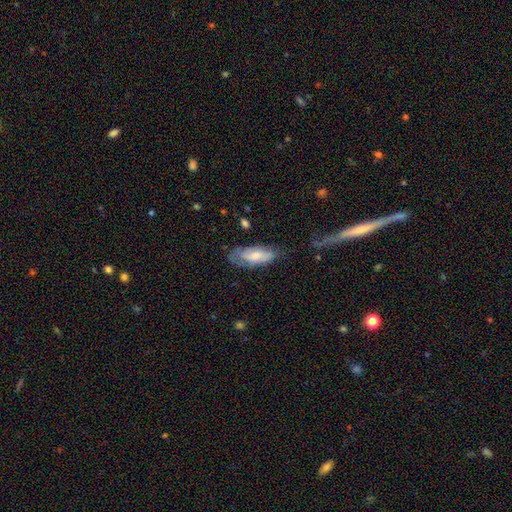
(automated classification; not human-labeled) Smooth or featured? Predicted: smooth (p=0.62). How rounded? Predicted: in between (p=0.79). Merging? Predicted: none (p=0.56).